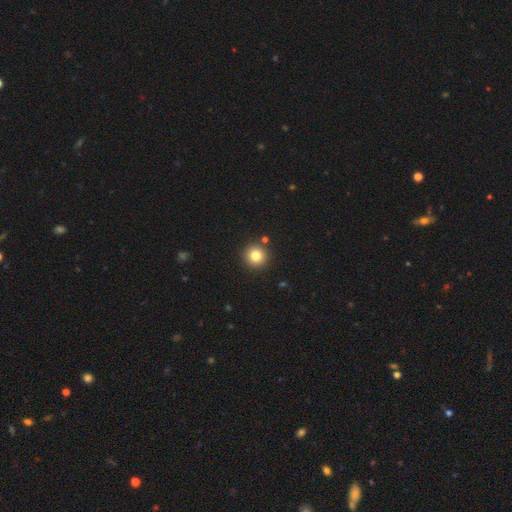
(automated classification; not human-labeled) Smooth or featured: smooth — 82% (star or artifact — 11%)
How rounded: round — 95% (in between — 4%)
Merging: none — 89% (minor disturbance — 6%)